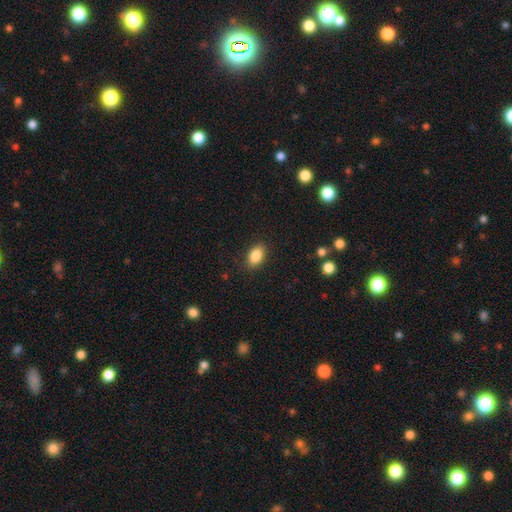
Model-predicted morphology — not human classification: Smooth or featured? smooth (86%)
How rounded? in between (87%)
Merging? none (87%)